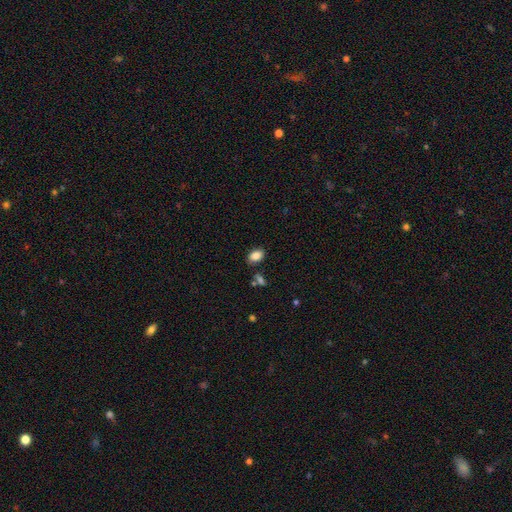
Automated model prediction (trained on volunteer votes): Smooth or featured? Predicted: smooth (p=0.85). How rounded? Predicted: in between (p=0.87). Merging? Predicted: none (p=0.82).